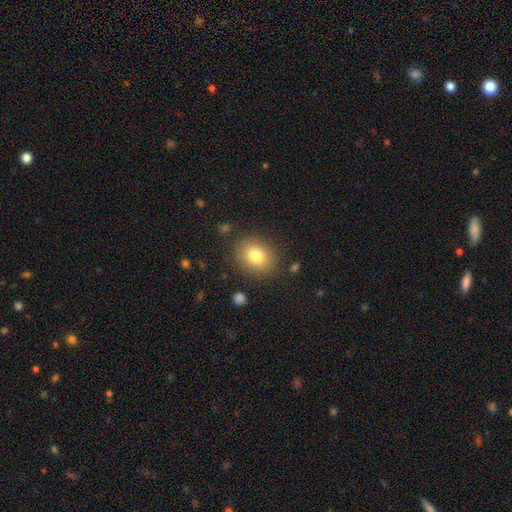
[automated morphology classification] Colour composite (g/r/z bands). It shows a smooth galaxy with no disk features (80%) that is round (61%). Merging: none (85%).